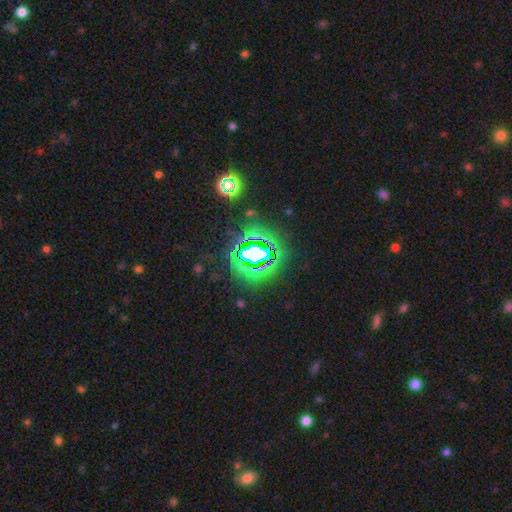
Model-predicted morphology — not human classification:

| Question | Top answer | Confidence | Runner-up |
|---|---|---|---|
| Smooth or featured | star or artifact | 80% | smooth (12%) |